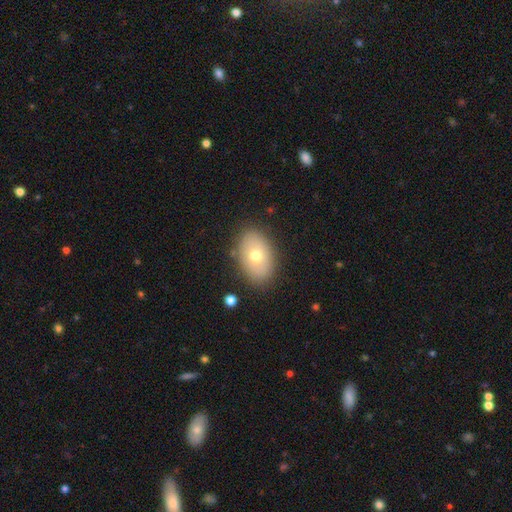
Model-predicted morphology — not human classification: smooth-or-featured: smooth: 68% | featured or disk: 23% | star or artifact: 9%
  how-rounded: in between: 87% | round: 11% | cigar-shaped: 1%
  merging: none: 85% | minor disturbance: 10% | major disturbance: 3% | merger: 2%